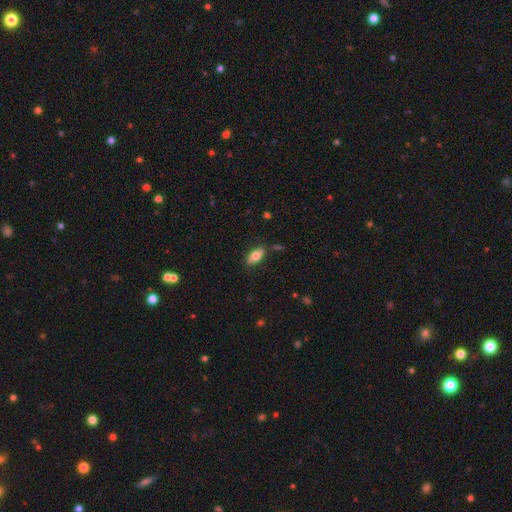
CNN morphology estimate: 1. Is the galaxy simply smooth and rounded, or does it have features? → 76% smooth, 17% featured or disk, 7% star or artifact.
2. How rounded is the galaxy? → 86% in between, 10% cigar-shaped, 3% round.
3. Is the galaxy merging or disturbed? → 81% none, 13% minor disturbance, 3% major disturbance, 3% merger.